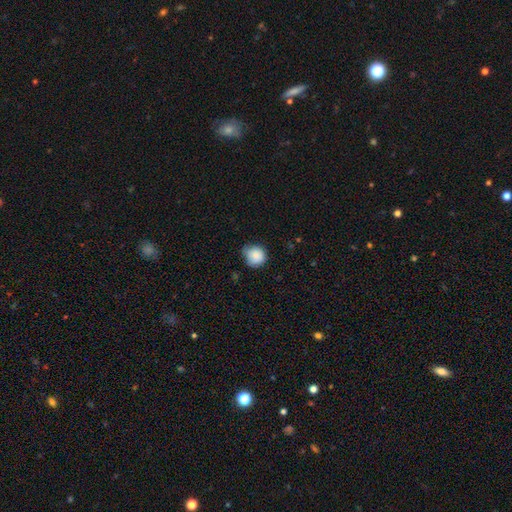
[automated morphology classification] The model was most divided on "merging": none: 60%, minor disturbance: 33%, major disturbance: 6%, merger: 2%. More confident: how rounded — round (87%); smooth or featured — smooth (84%).